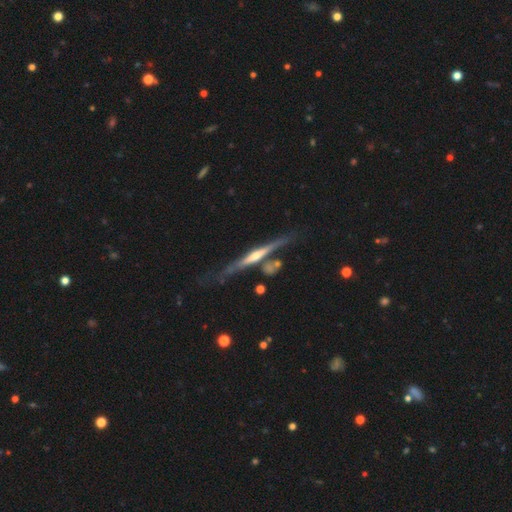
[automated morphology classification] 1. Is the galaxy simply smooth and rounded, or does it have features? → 76% featured or disk, 18% smooth, 6% star or artifact.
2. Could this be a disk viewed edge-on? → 96% yes, 4% no.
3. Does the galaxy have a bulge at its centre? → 65% rounded, 22% none, 13% boxy.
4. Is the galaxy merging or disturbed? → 65% none, 17% minor disturbance, 12% merger, 6% major disturbance.